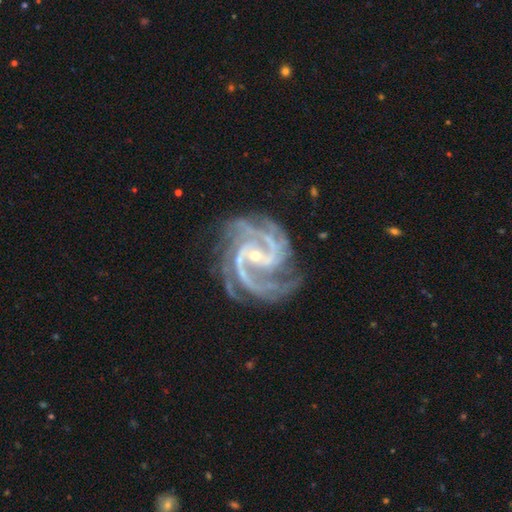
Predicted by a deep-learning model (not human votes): Overall: featured or disk (93%). Edge-on disk: no (98%). Bar: weak (38%; no 33%). Spiral arms: yes (99%). Spiral arm count: 2 (32%; 3 29%). Spiral winding: medium (51%; tight 41%). Bulge size: small (78%). Merging: none (72%).